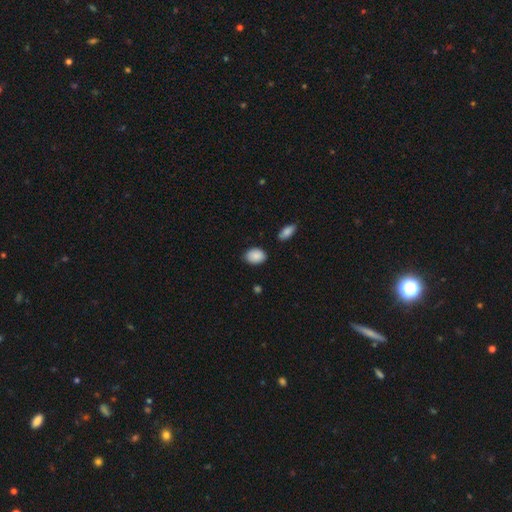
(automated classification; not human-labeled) A smooth galaxy with no disk features (89%) that is in between round and cigar-shaped (75%).

Vote fractions:
- Smooth or featured? smooth: 89% / star or artifact: 7% / featured or disk: 5%
- How rounded? in between: 75% / round: 24% / cigar-shaped: 1%
- Merging? none: 83% / minor disturbance: 12% / merger: 3% / major disturbance: 2%